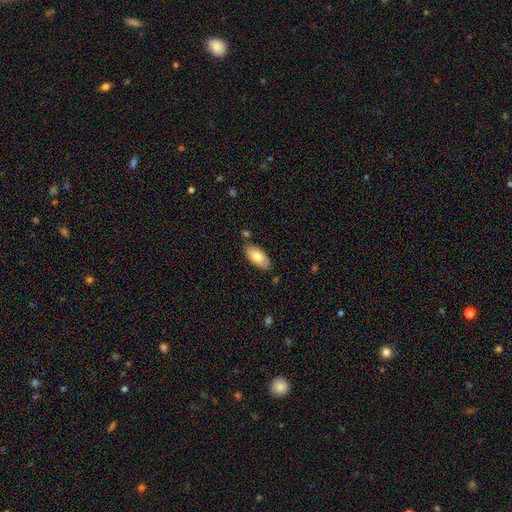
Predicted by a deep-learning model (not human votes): A smooth galaxy with no disk features (74%) that is in between round and cigar-shaped (92%). Merging: none (79%).